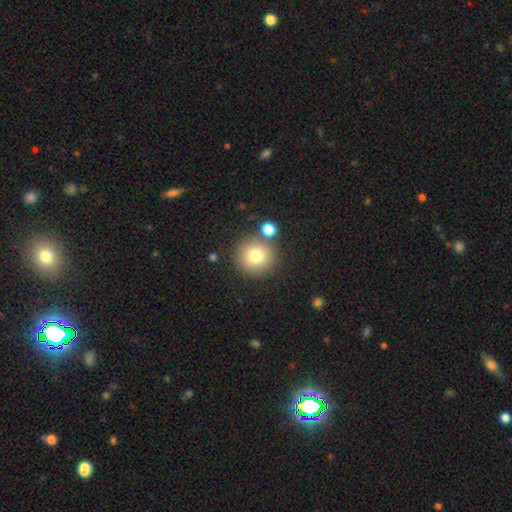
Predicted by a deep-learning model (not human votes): This is likely a smooth galaxy (79%). How rounded: clearly round (94%). Merging: likely none (78%).